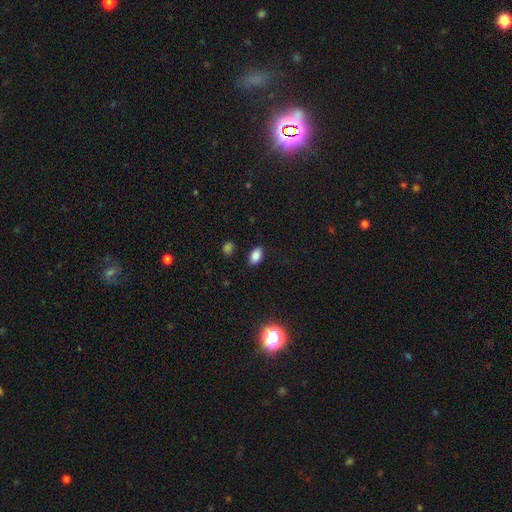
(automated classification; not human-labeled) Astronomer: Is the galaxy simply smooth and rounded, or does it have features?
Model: smooth — 85%.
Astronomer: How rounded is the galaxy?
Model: in between — 91%.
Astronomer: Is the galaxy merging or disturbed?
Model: none — 85%.